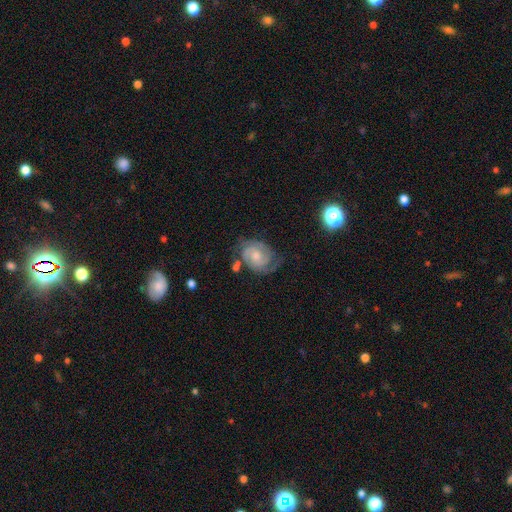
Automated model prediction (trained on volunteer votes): A featured or disk galaxy (78%) with no bar (63%), 2 (70%) tight (57%) spiral arms (95%) and a moderate central bulge (45%, tied with small). Merging: none (62%).